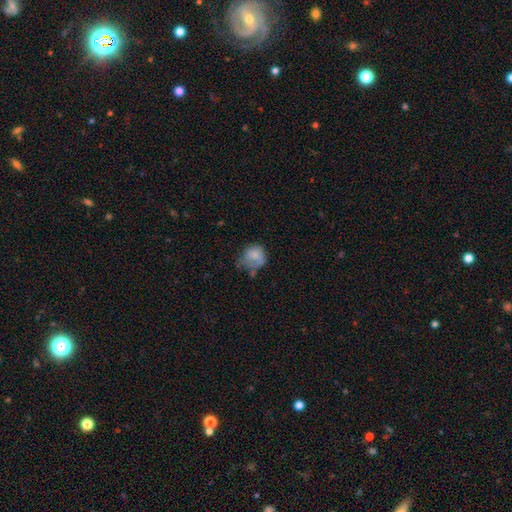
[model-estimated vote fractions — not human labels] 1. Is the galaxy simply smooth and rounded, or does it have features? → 73% smooth, 17% featured or disk, 9% star or artifact.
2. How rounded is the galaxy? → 66% round, 33% in between, 1% cigar-shaped.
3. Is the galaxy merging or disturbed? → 34% minor disturbance (tied), 34% none (tied), 25% major disturbance, 7% merger.